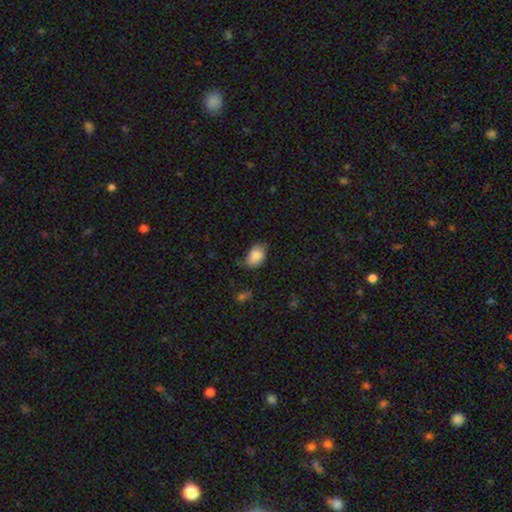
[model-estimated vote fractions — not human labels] Overall: smooth (86%). How rounded: in between (85%). Merging: none (62%; minor disturbance 30%).